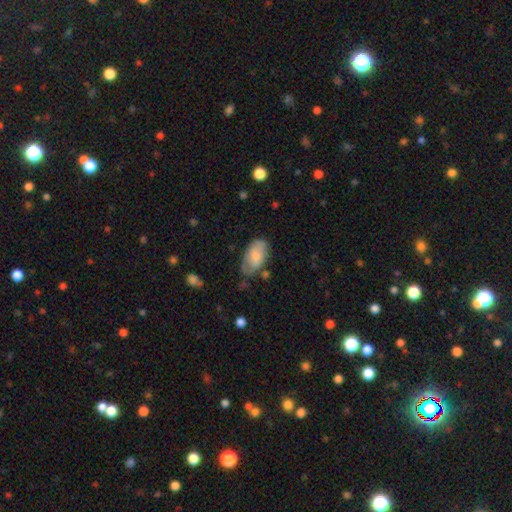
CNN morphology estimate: This appears to be a smooth galaxy with no disk features (70%) that is in between round and cigar-shaped (94%). Merging: none (56%).